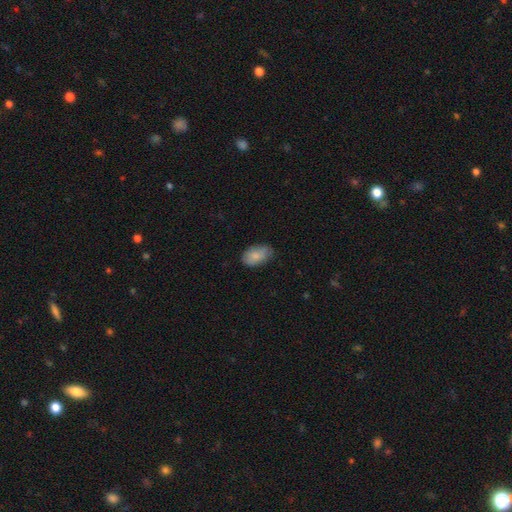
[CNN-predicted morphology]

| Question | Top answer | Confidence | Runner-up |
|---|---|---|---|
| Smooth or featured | smooth | 85% | featured or disk (8%) |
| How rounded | in between | 92% | round (6%) |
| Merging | none | 73% | minor disturbance (22%) |